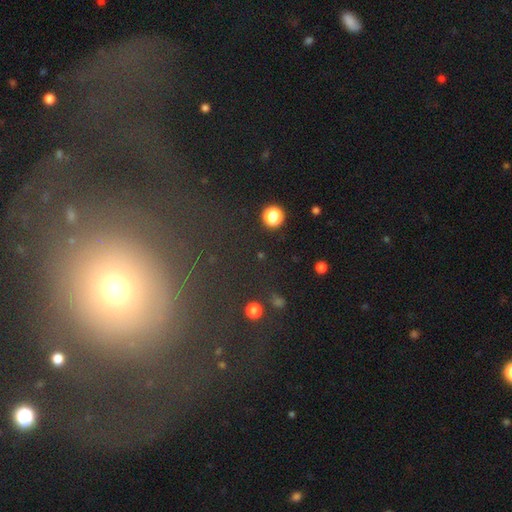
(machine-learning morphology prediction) This appears to be a smooth galaxy with no disk features (42%). Merging: none (63%).